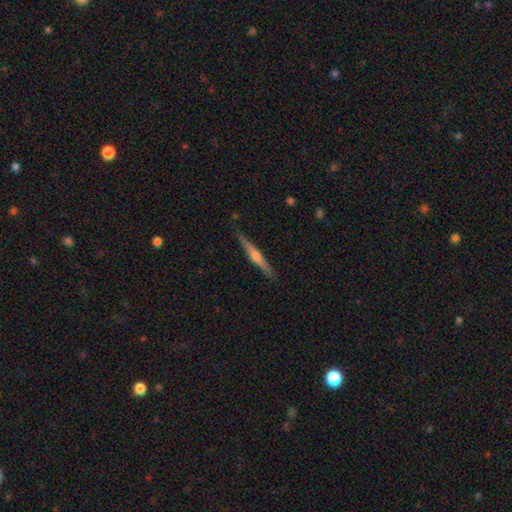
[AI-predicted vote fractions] Overall: featured or disk (70%). Edge-on disk: yes (98%). Edge-on bulge: rounded (80%). Merging: none (89%).